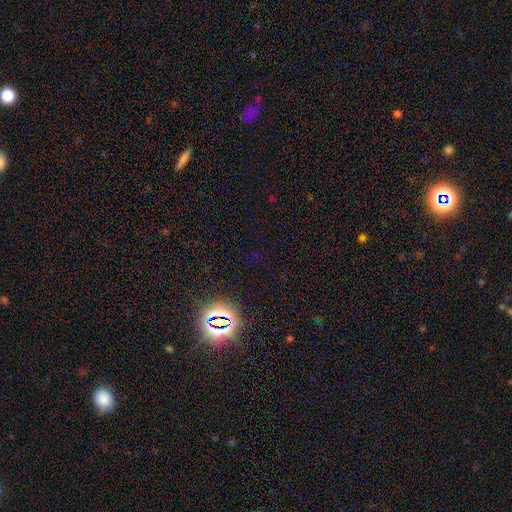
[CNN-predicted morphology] Smooth or featured: star or artifact — 73% (smooth — 20%)